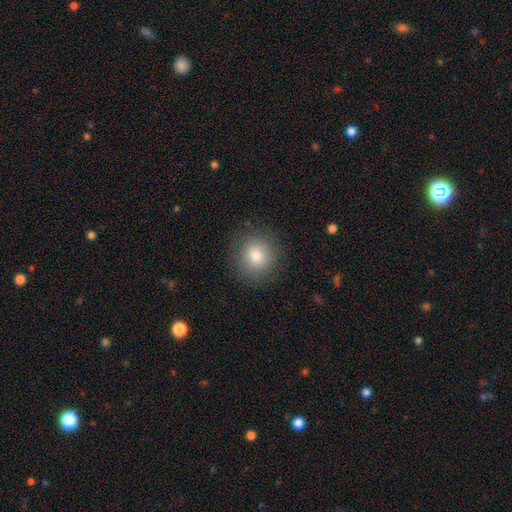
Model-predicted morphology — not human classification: This appears to be a smooth galaxy with no disk features (78%) that is round (91%). Merging: none (88%).